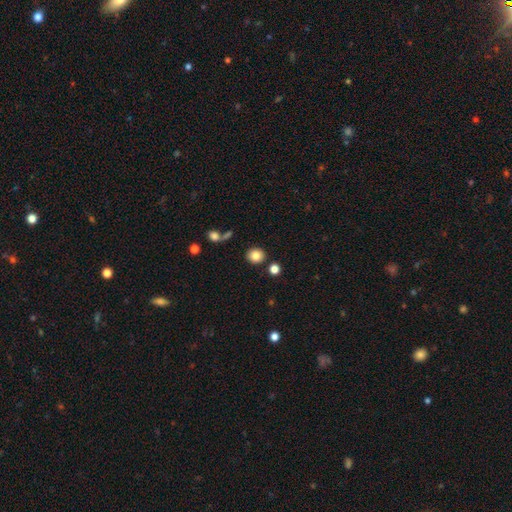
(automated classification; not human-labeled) This appears to be a smooth galaxy with no disk features (84%) that is round (82%). Merging: none (85%).